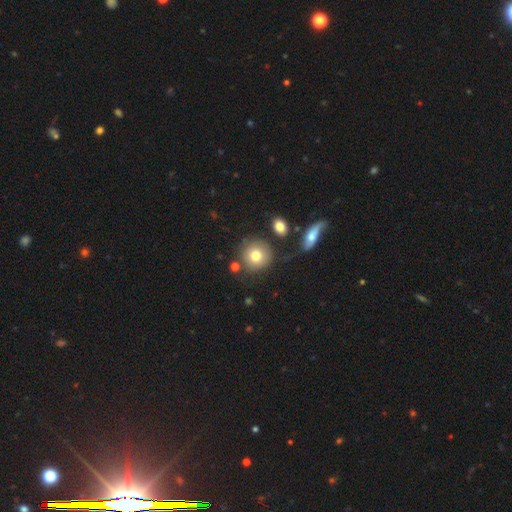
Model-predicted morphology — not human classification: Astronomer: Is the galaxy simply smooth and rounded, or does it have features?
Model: smooth — 77%.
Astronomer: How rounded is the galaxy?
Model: round — 91%.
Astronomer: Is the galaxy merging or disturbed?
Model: none — 78%.